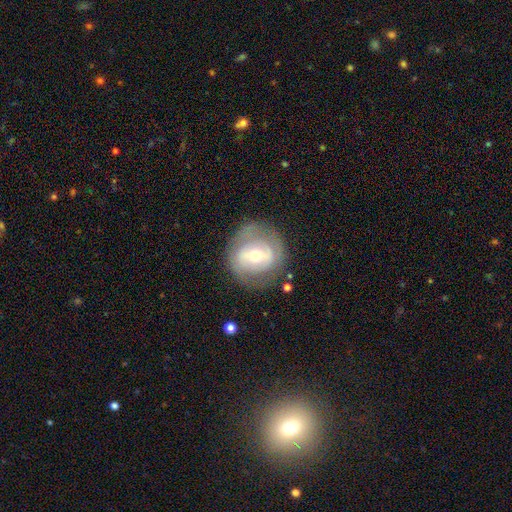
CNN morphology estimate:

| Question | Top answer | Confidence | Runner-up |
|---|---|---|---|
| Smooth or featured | featured or disk | 61% | smooth (32%) |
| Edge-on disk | no | 95% | yes (5%) |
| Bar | weak | 39% | no (33%) |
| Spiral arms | yes | 51% | no (49%) |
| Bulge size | moderate | 56% | small (38%) |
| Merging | none | 74% | minor disturbance (15%) |